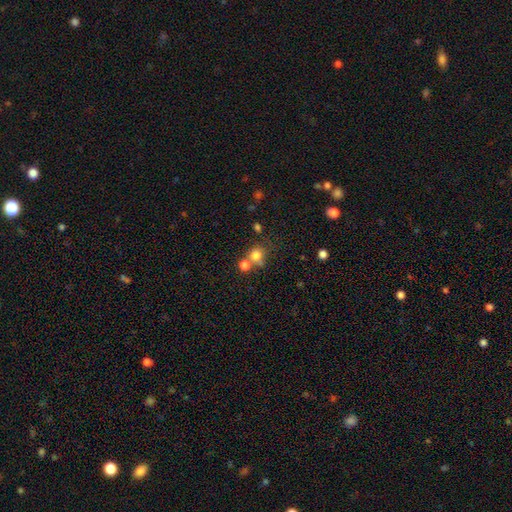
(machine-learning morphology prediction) Smooth or featured: smooth — 78% (star or artifact — 14%)
How rounded: round — 82% (in between — 16%)
Merging: none — 52% (merger — 33%)